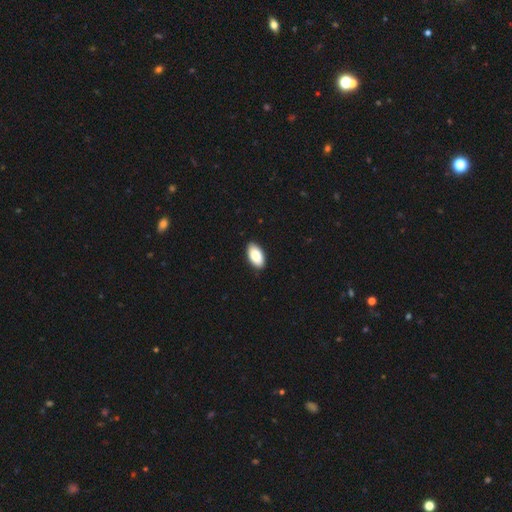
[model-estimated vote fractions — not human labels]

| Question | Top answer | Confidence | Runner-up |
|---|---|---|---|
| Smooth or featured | smooth | 88% | star or artifact (6%) |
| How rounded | in between | 95% | cigar-shaped (3%) |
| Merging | none | 89% | minor disturbance (8%) |